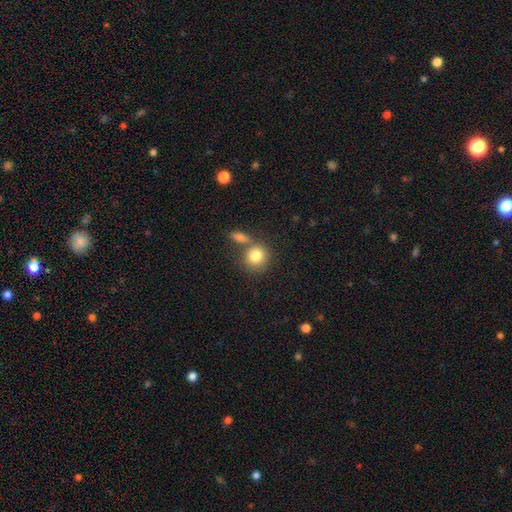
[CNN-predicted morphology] smooth-or-featured: smooth: 81% | featured or disk: 10% | star or artifact: 9%
  how-rounded: round: 84% | in between: 15% | cigar-shaped: 1%
  merging: none: 55% | merger: 30% | minor disturbance: 11% | major disturbance: 4%